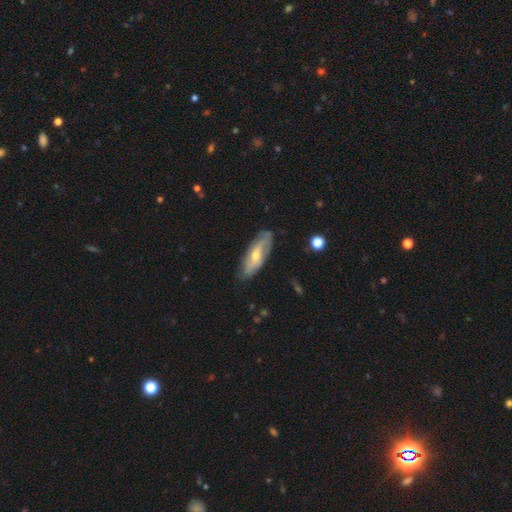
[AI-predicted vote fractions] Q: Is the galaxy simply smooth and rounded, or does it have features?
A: featured or disk — 61%.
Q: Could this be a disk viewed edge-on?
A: no — 76%.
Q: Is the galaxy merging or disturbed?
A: none — 77%.